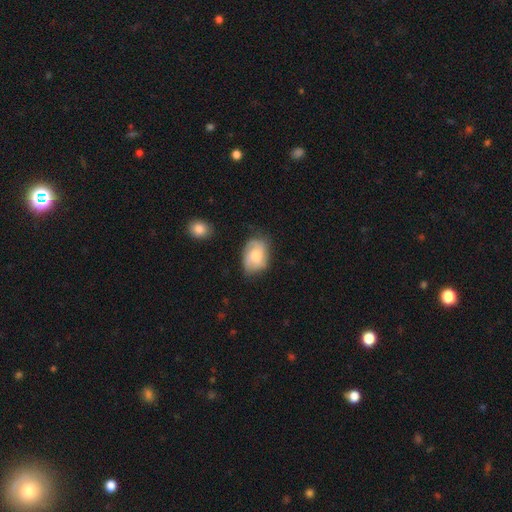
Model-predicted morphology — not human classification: smooth-or-featured: featured or disk: 49% | smooth: 44% | star or artifact: 7%
  merging: none: 63% | minor disturbance: 27% | major disturbance: 8% | merger: 2%